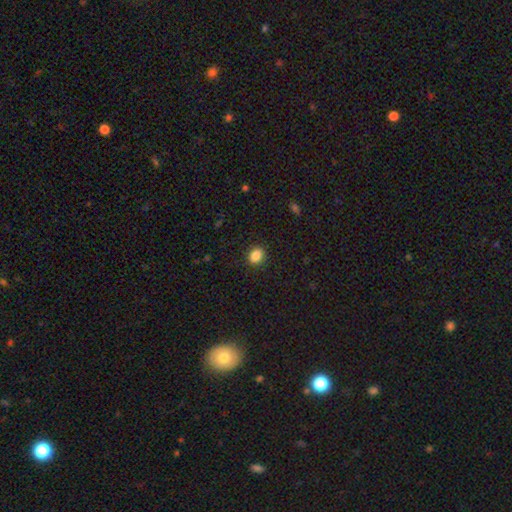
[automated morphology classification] smooth-or-featured: smooth: 86% | star or artifact: 10% | featured or disk: 4%
  how-rounded: round: 59% | in between: 40% | cigar-shaped: 1%
  merging: none: 90% | minor disturbance: 7% | major disturbance: 2% | merger: 1%